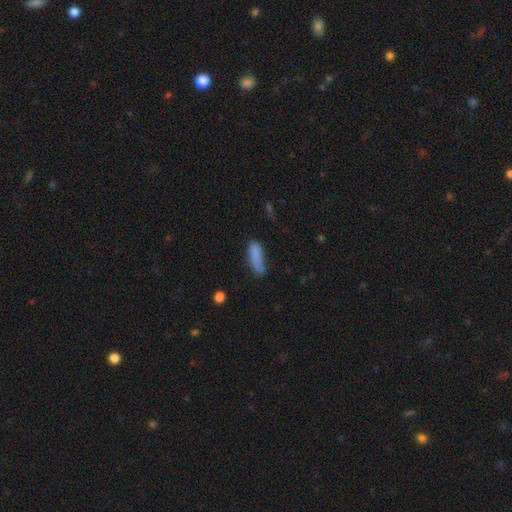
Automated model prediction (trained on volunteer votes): smooth_or_featured: smooth (p=0.82) [alt: featured or disk p=0.10]
how_rounded: in between (p=0.50) [alt: cigar-shaped p=0.48]
merging: none (p=0.50) [alt: minor disturbance p=0.31]